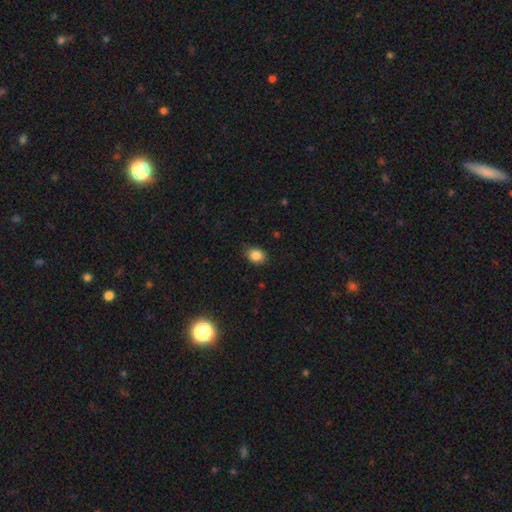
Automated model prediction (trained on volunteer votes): A smooth galaxy with no disk features (85%) that is in between round and cigar-shaped (59%).

Vote fractions:
- Smooth or featured? smooth: 85% / star or artifact: 10% / featured or disk: 5%
- How rounded? in between: 59% / round: 40% / cigar-shaped: 1%
- Merging? none: 86% / minor disturbance: 11% / major disturbance: 2% / merger: 1%